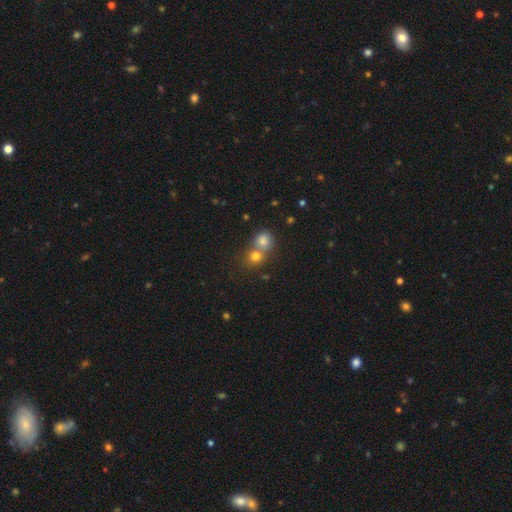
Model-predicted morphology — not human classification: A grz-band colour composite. It shows a smooth galaxy with no disk features (67%) that is round (83%). Merging: merger (52%).